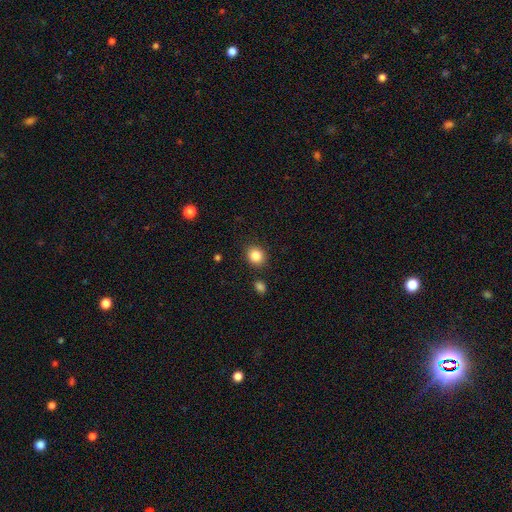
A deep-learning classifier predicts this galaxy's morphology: Overall: smooth (85%). How rounded: round (75%). Merging: none (86%).